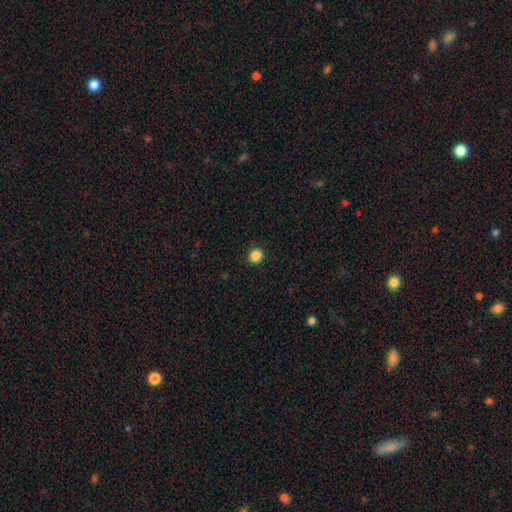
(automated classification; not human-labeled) Q: Smooth or featured?
A: smooth (86%); runner-up: star or artifact (11%)
Q: How rounded?
A: round (87%); runner-up: in between (12%)
Q: Merging?
A: none (92%); runner-up: minor disturbance (6%)